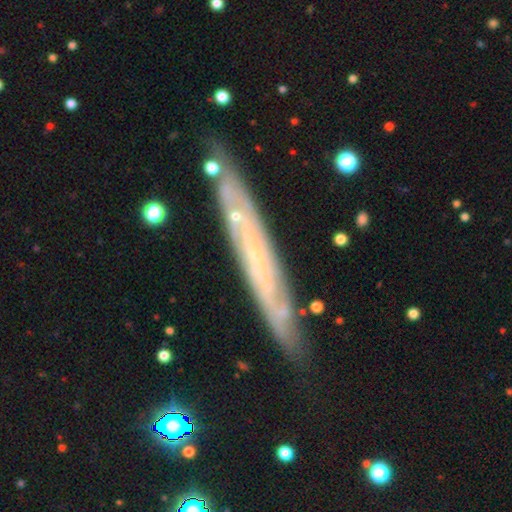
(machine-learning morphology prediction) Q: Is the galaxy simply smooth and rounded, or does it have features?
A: featured or disk — 72%.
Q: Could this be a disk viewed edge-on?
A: yes — 66%.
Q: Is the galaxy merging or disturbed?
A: none — 84%.